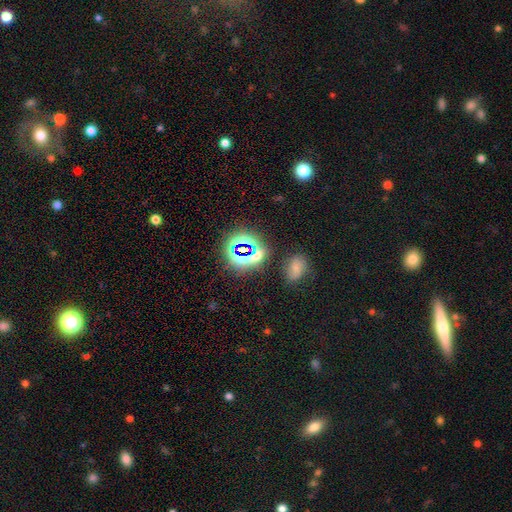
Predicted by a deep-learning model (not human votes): A star or artifact, not a galaxy (58%).